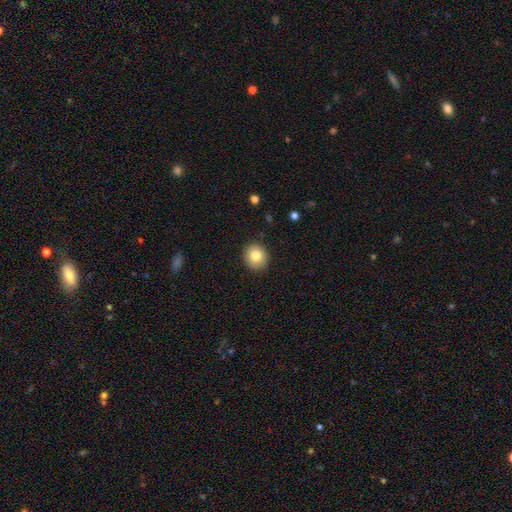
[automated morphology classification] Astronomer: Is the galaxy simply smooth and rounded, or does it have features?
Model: smooth — 82%.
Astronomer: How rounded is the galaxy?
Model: round — 86%.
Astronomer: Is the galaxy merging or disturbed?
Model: none — 90%.